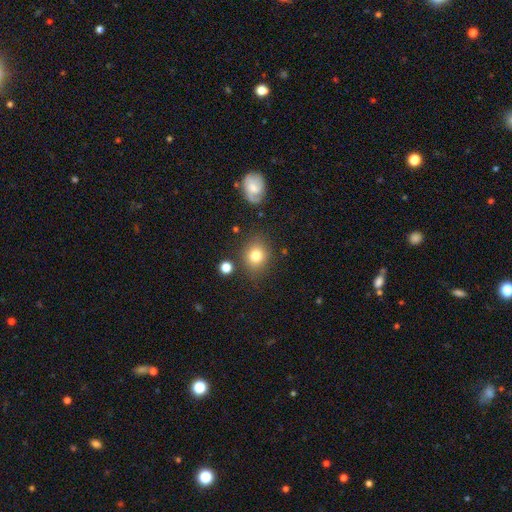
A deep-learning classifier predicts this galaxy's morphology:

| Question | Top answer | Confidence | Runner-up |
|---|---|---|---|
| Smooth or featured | smooth | 78% | star or artifact (11%) |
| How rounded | round | 70% | in between (29%) |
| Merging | none | 79% | minor disturbance (13%) |